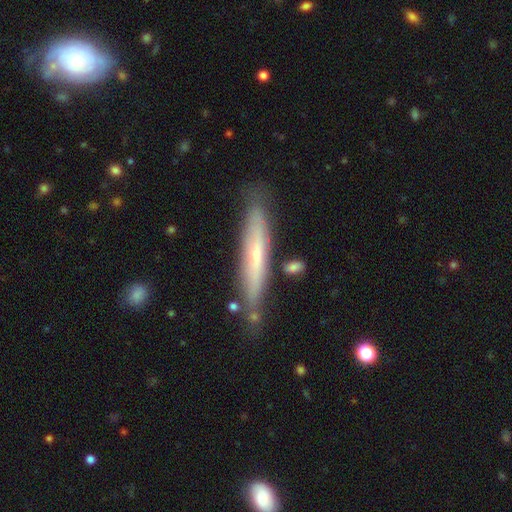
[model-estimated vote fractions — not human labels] Smooth or featured: featured or disk — 50% (smooth — 44%)
Merging: none — 78% (minor disturbance — 15%)